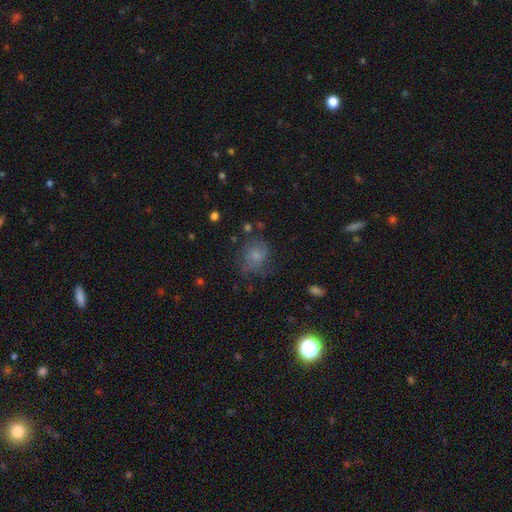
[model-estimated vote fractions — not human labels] A smooth galaxy with no disk features (69%) that is round (68%).

Vote fractions:
- Smooth or featured? smooth: 69% / featured or disk: 17% / star or artifact: 14%
- How rounded? round: 68% / in between: 31% / cigar-shaped: 1%
- Merging? none: 56% / minor disturbance: 24% / major disturbance: 17% / merger: 3%